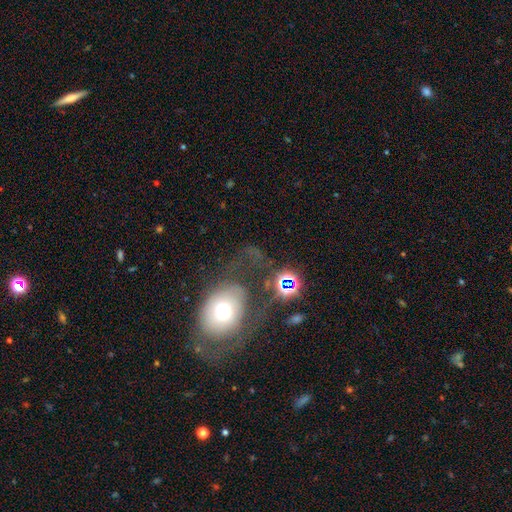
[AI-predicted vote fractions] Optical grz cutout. It shows a smooth galaxy with no disk features (44%). Merging: none (38%).